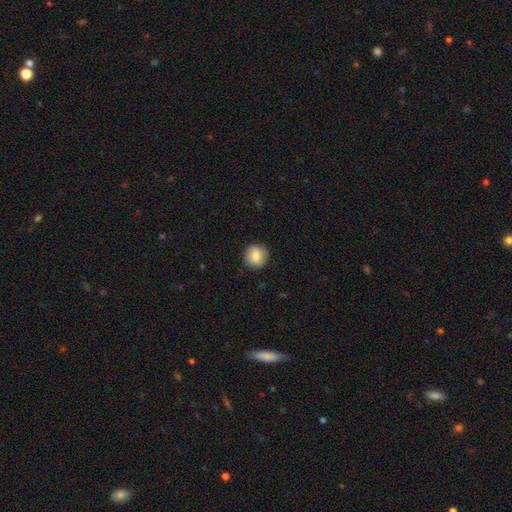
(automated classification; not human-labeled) This appears to be a smooth galaxy with no disk features (83%) that is round (93%). Merging: none (89%).